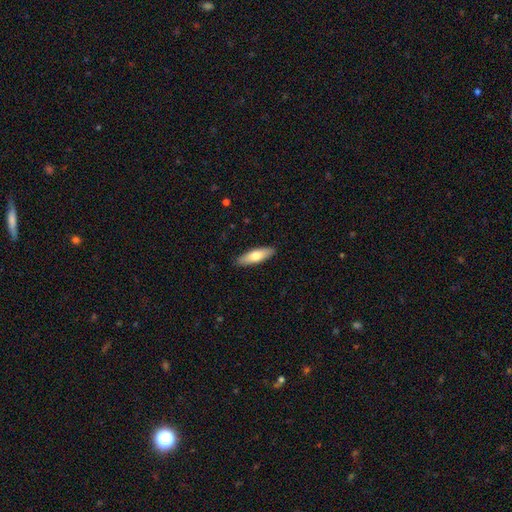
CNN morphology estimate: Overall: smooth (71%). How rounded: in between (49%, tied with cigar-shaped). Merging: none (90%).